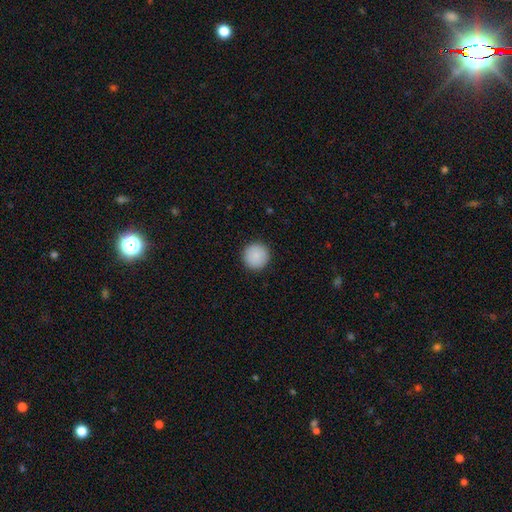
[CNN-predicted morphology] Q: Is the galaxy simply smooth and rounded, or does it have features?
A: smooth — 88%.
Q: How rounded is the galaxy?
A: round — 96%.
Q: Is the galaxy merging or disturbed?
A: none — 93%.